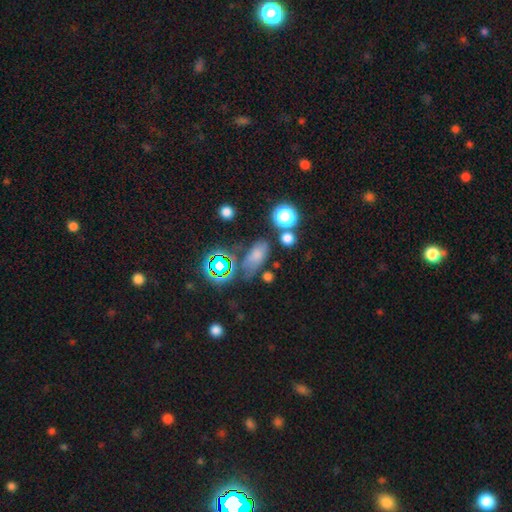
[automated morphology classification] The model was most divided on "merging": none: 56%, minor disturbance: 22%, major disturbance: 11%, merger: 11%. More confident: how rounded — in between (79%); smooth or featured — smooth (62%).